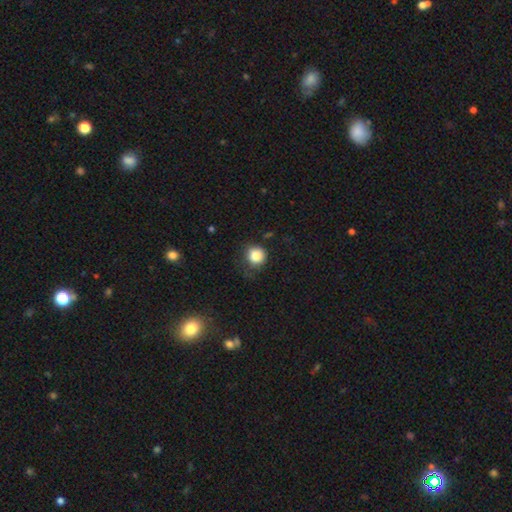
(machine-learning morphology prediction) smooth_or_featured: smooth (p=0.84) [alt: star or artifact p=0.10]
how_rounded: round (p=0.91) [alt: in between p=0.08]
merging: none (p=0.66) [alt: minor disturbance p=0.22]